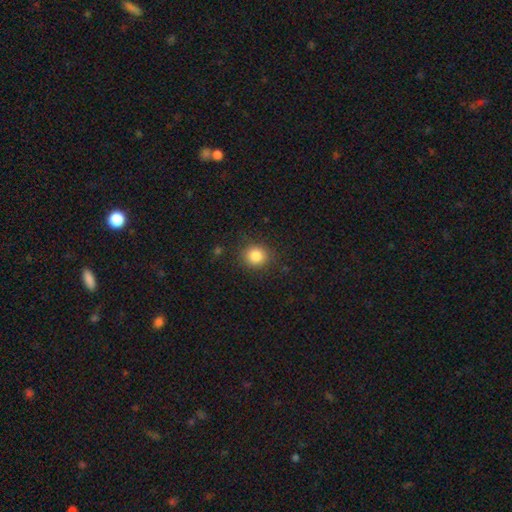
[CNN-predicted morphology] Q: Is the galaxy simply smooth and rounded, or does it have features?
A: smooth — 84%.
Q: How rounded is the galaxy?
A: round — 86%.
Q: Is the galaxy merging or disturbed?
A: none — 85%.